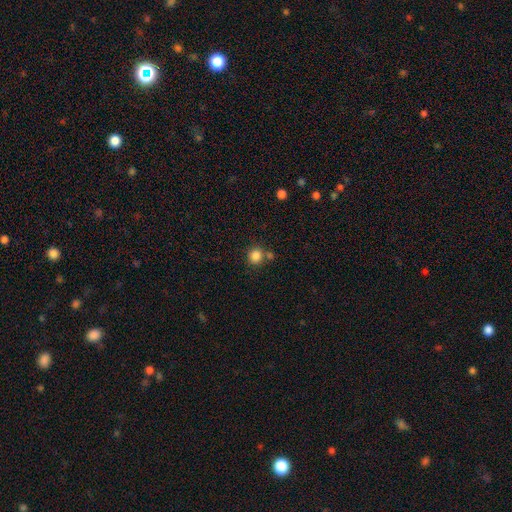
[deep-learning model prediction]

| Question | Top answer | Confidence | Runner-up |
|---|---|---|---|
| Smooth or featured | smooth | 84% | star or artifact (11%) |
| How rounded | round | 88% | in between (11%) |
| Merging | none | 72% | merger (15%) |